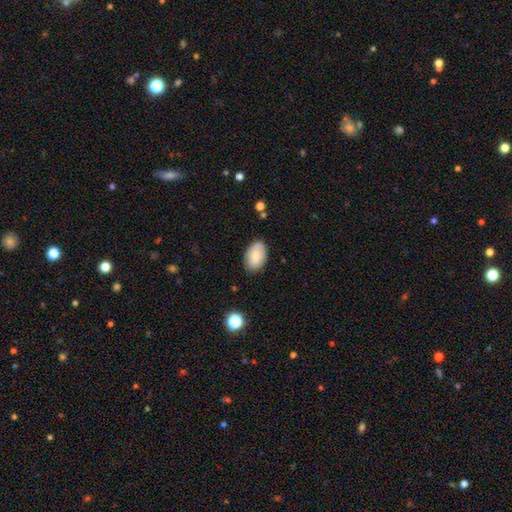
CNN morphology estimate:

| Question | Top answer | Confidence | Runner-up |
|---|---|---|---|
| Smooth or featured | smooth | 79% | featured or disk (14%) |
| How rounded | in between | 92% | round (7%) |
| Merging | none | 82% | minor disturbance (14%) |